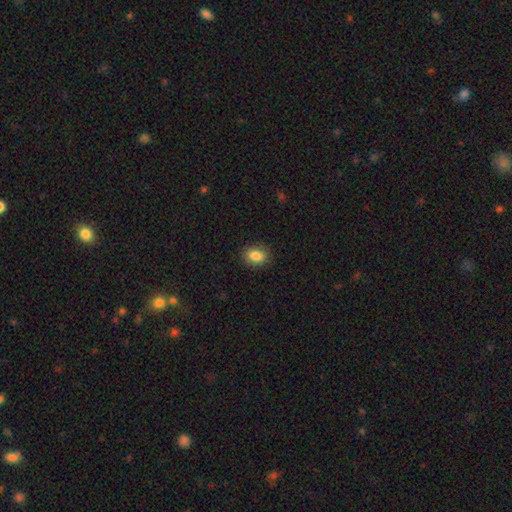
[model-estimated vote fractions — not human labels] Q: Smooth or featured?
A: smooth (85%); runner-up: star or artifact (9%)
Q: How rounded?
A: in between (66%); runner-up: round (32%)
Q: Merging?
A: none (87%); runner-up: minor disturbance (9%)